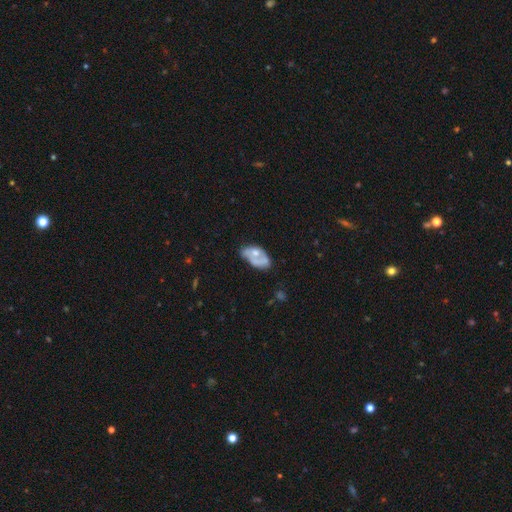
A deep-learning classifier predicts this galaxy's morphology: This appears to be a featured or disk galaxy (47%). Merging: none (35%).